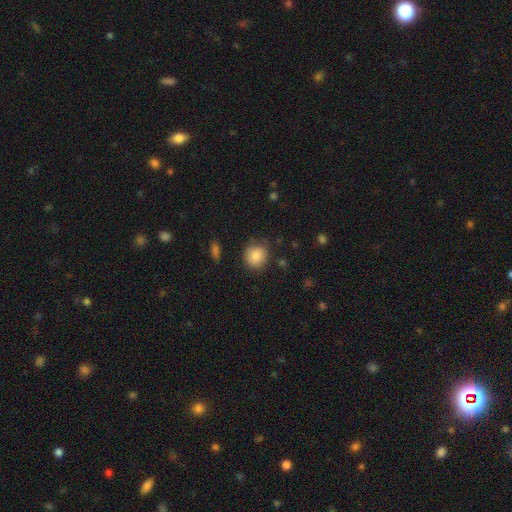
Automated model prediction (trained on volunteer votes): Overall: smooth (85%). How rounded: round (84%). Merging: none (82%).